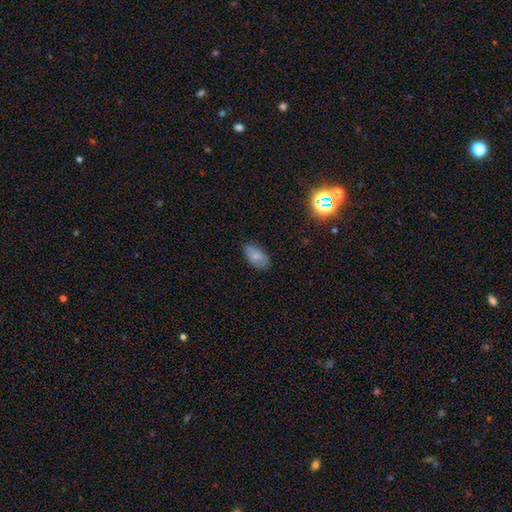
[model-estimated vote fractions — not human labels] A smooth galaxy with no disk features (74%) that is in between round and cigar-shaped (93%). Merging: none (74%).